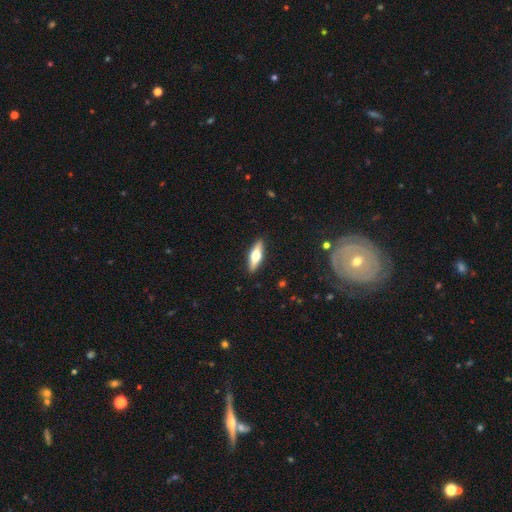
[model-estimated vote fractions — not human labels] A featured or disk galaxy (48%).

Vote fractions:
- Smooth or featured? featured or disk: 48% / smooth: 46% / star or artifact: 6%
- Merging? none: 90% / minor disturbance: 7% / major disturbance: 2% / merger: 1%